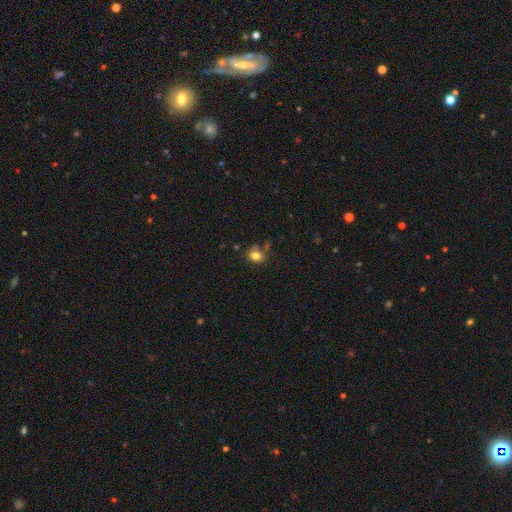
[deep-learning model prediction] This appears to be a smooth galaxy with no disk features (80%) that is round (60%). Merging: none (61%).